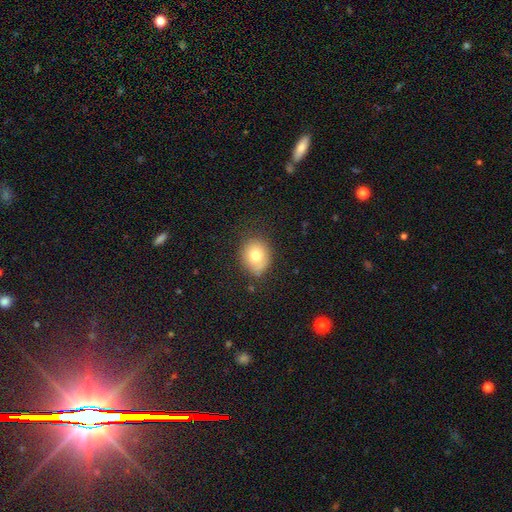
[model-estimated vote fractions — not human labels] Smooth or featured: smooth — 75% (featured or disk — 15%)
How rounded: round — 63% (in between — 36%)
Merging: none — 75% (minor disturbance — 18%)